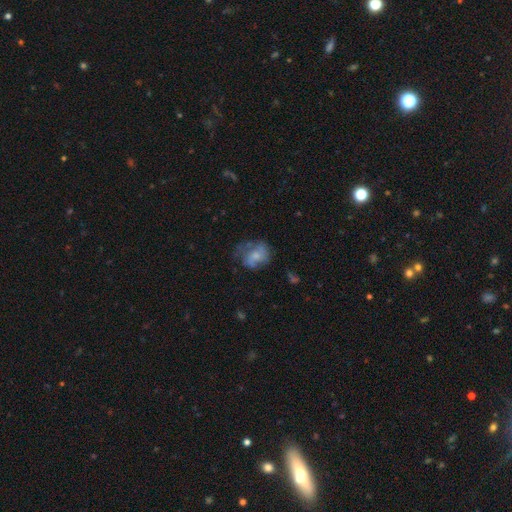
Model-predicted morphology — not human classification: Smooth or featured? smooth (52%)
How rounded? round (52%)
Merging? none (45%)